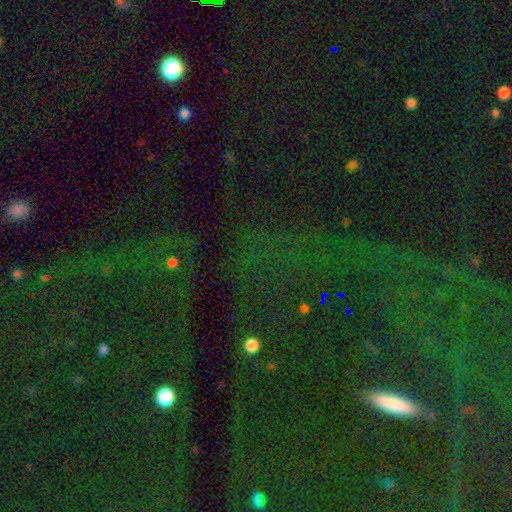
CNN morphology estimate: This appears to be a star or artifact, not a galaxy (75%).